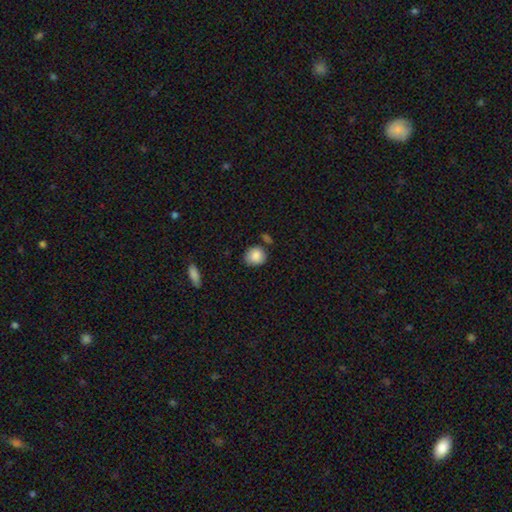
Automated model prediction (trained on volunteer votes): smooth_or_featured: smooth (p=0.87) [alt: star or artifact p=0.08]
how_rounded: round (p=0.80) [alt: in between p=0.19]
merging: none (p=0.75) [alt: minor disturbance p=0.15]